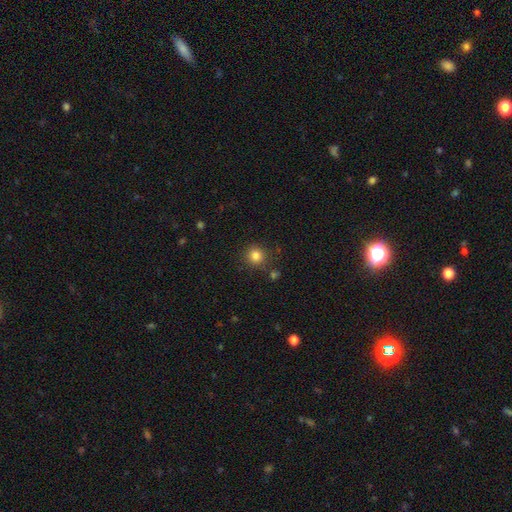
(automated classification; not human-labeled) Smooth or featured: smooth — 83% (star or artifact — 12%)
How rounded: round — 92% (in between — 7%)
Merging: none — 84% (minor disturbance — 9%)